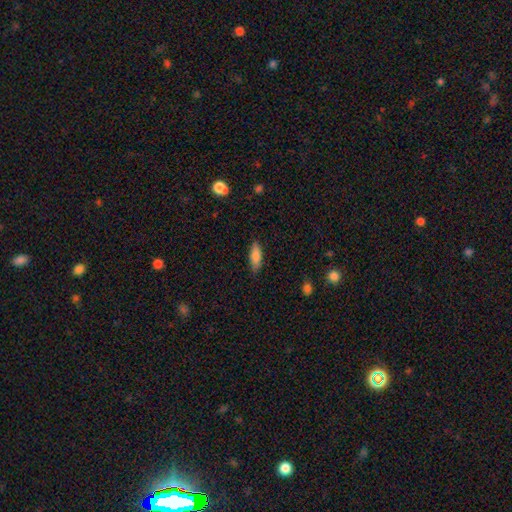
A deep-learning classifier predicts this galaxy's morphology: Smooth or featured?
  - smooth: 82% *
  - featured or disk: 12%
  - star or artifact: 7%
How rounded?
  - in between: 61% *
  - cigar-shaped: 36%
  - round: 2%
Merging?
  - none: 84% *
  - minor disturbance: 12%
  - major disturbance: 2%
  - merger: 1%